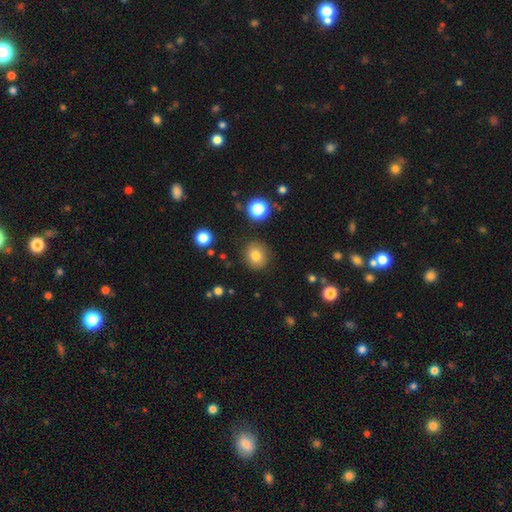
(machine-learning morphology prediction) Smooth or featured: smooth — 81% (star or artifact — 12%)
How rounded: round — 85% (in between — 14%)
Merging: none — 87% (minor disturbance — 8%)